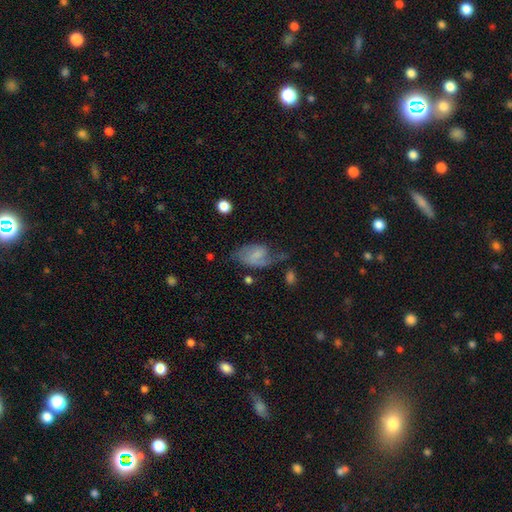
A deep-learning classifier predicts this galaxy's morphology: Q: Smooth or featured?
A: smooth (47%); runner-up: featured or disk (43%)
Q: Merging?
A: none (36%); runner-up: major disturbance (31%)